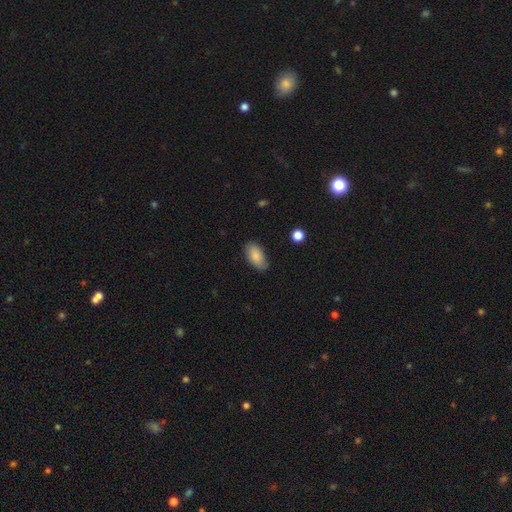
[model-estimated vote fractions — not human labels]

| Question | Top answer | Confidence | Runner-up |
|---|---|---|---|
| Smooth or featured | smooth | 85% | featured or disk (8%) |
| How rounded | in between | 93% | cigar-shaped (4%) |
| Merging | none | 79% | minor disturbance (17%) |